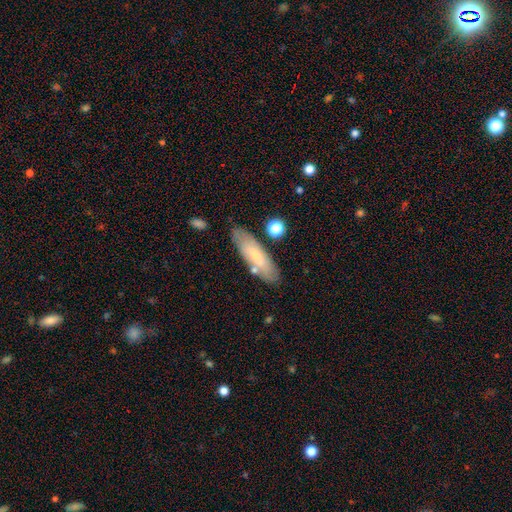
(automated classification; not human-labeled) The model was most divided on "how rounded": cigar-shaped: 51%, in between: 48%, round: 2%. More confident: merging — none (79%); smooth or featured — smooth (58%).